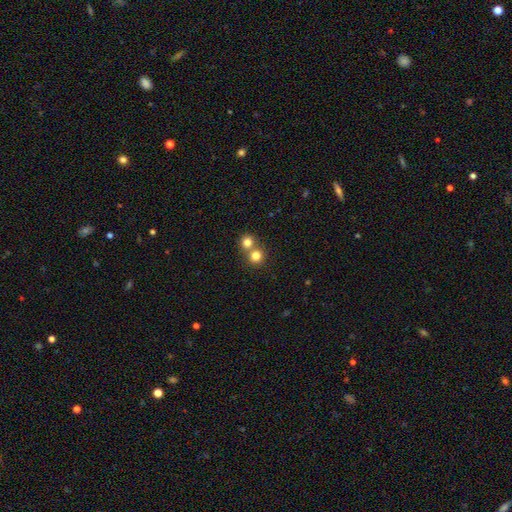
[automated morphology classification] smooth_or_featured: smooth (p=0.79) [alt: star or artifact p=0.13]
how_rounded: round (p=0.91) [alt: in between p=0.08]
merging: none (p=0.51) [alt: merger p=0.43]